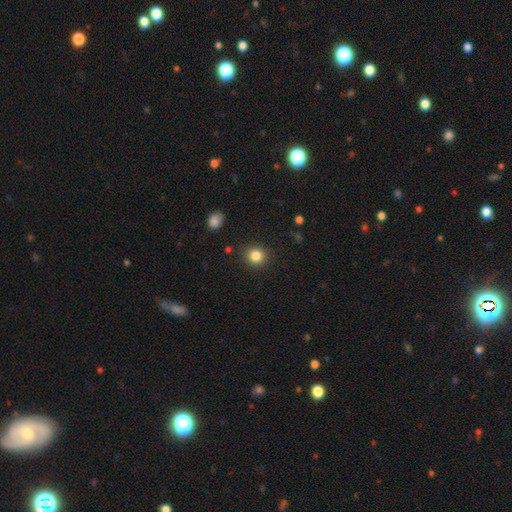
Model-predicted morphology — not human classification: smooth_or_featured: smooth (p=0.84) [alt: star or artifact p=0.11]
how_rounded: round (p=0.86) [alt: in between p=0.13]
merging: none (p=0.89) [alt: minor disturbance p=0.07]